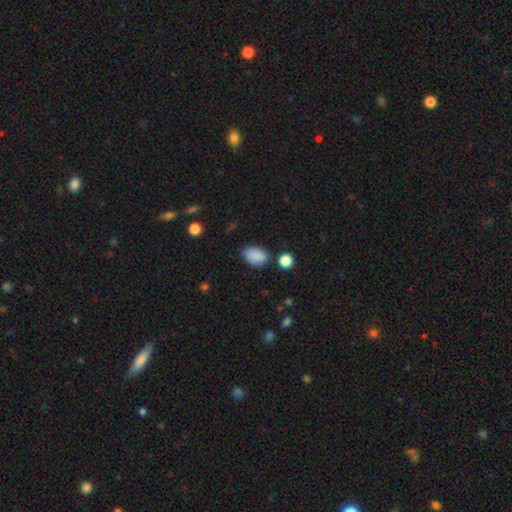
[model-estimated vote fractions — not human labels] Smooth or featured?
  - smooth: 86% *
  - star or artifact: 8%
  - featured or disk: 5%
How rounded?
  - in between: 87% *
  - round: 12%
  - cigar-shaped: 1%
Merging?
  - none: 73% *
  - minor disturbance: 18%
  - merger: 4%
  - major disturbance: 4%